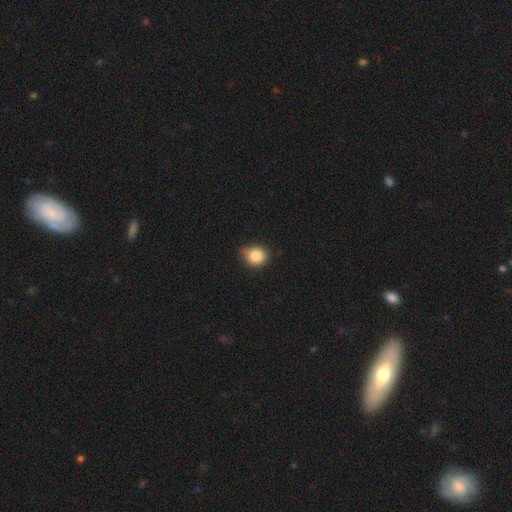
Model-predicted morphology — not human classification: A smooth galaxy with no disk features (85%) that is round (74%). Merging: none (73%).